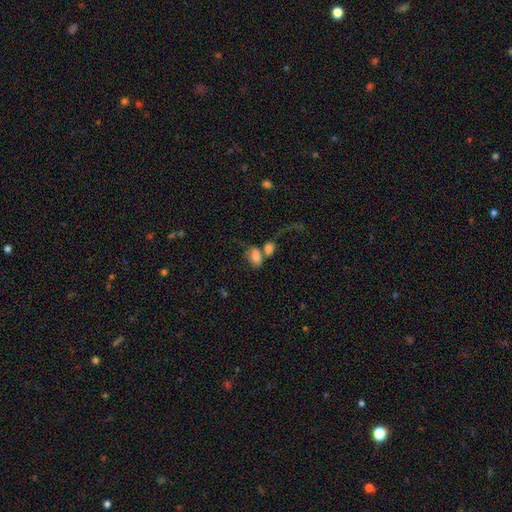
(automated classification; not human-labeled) smooth 79%, featured or disk 12%, star or artifact 10%. Down the decision tree: how rounded — in between (87%); merging — merger (53%).